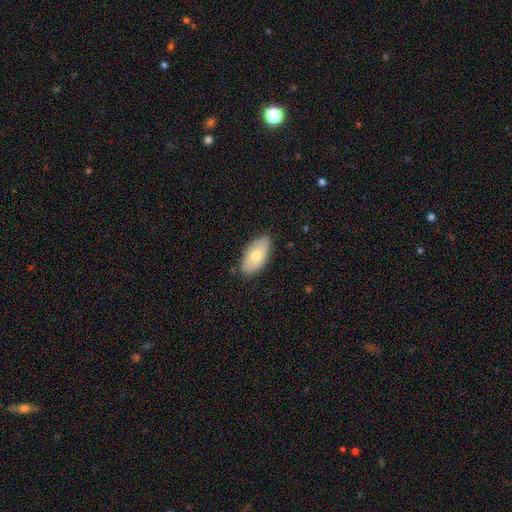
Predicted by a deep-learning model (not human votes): Overall: smooth (67%). How rounded: in between (94%). Merging: none (86%).